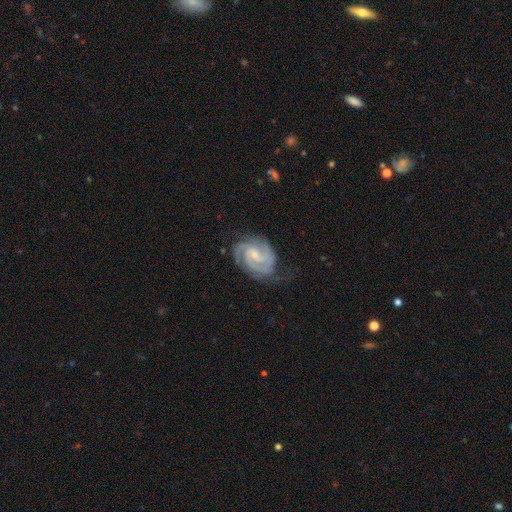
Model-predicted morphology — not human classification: smooth-or-featured: featured or disk: 92% | star or artifact: 4% | smooth: 4%
  disk-edge-on: no: 98% | yes: 2%
    bar: weak: 47% | no: 41% | strong: 12%
    has-spiral-arms: yes: 99% | no: 1%
      spiral-winding: tight: 64% | medium: 32% | loose: 4%
      spiral-arm-count: 2: 45% | 3: 35% | can't tell: 7% | 4: 6% | 1: 4% | more than 4: 3%
    bulge-size: small: 61% | moderate: 30% | none: 7% | large: 1% | dominant: 1%
  merging: none: 69% | minor disturbance: 21% | major disturbance: 8% | merger: 1%